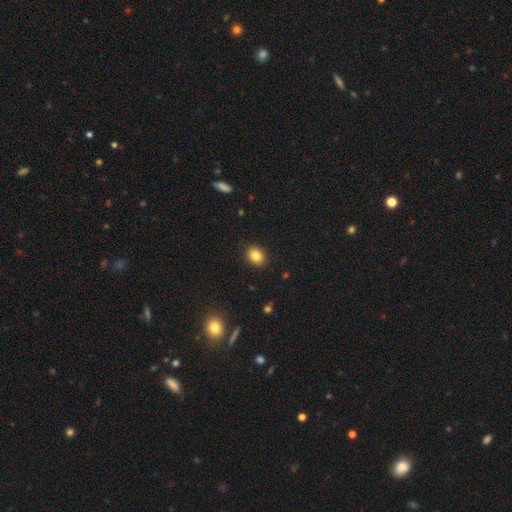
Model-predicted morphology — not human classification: This is clearly a smooth galaxy (84%). How rounded: possibly round (57%). Merging: clearly none (91%).